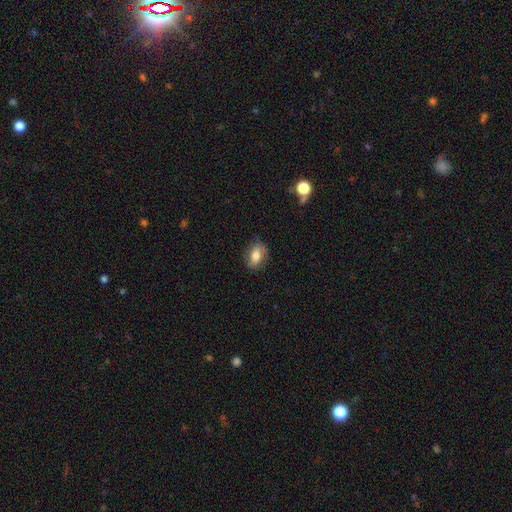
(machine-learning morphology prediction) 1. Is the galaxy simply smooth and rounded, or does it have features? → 71% smooth, 21% featured or disk, 8% star or artifact.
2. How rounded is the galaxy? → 82% in between, 15% round, 3% cigar-shaped.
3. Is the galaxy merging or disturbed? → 78% none, 16% minor disturbance, 4% major disturbance, 1% merger.